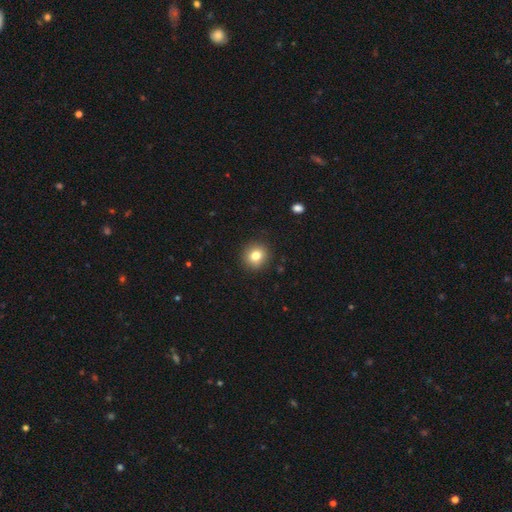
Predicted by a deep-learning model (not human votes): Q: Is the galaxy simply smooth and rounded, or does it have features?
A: smooth — 80%.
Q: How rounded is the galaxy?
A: round — 89%.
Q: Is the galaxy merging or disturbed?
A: none — 91%.